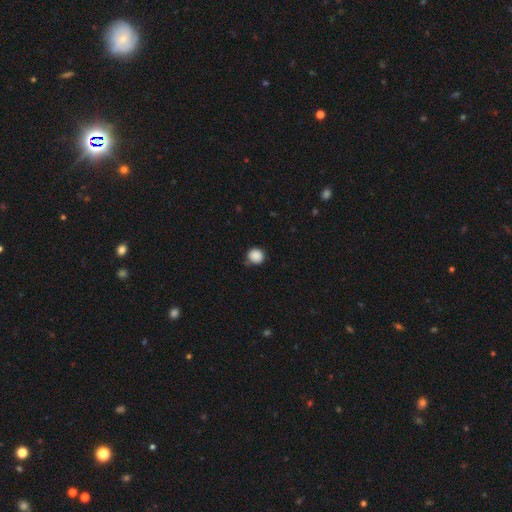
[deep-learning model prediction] smooth_or_featured: smooth (p=0.88) [alt: star or artifact p=0.09]
how_rounded: round (p=0.88) [alt: in between p=0.11]
merging: none (p=0.80) [alt: minor disturbance p=0.14]